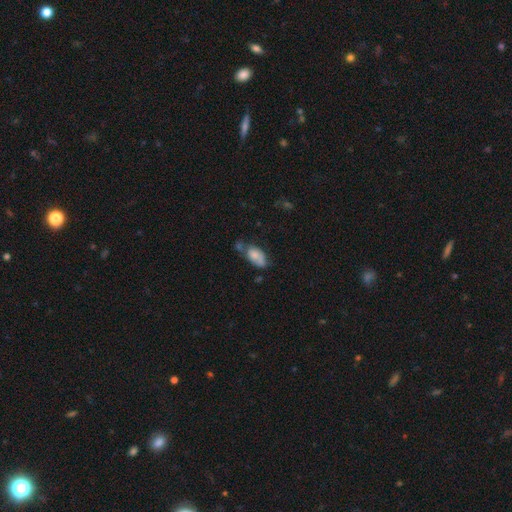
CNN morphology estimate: Smooth or featured? Predicted: smooth (p=0.74). How rounded? Predicted: in between (p=0.92). Merging? Predicted: none (p=0.38).